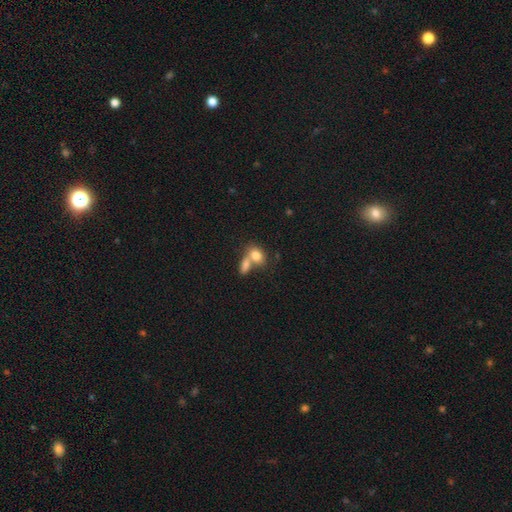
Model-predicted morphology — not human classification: The model was most divided on "merging": merger: 58%, none: 30%, minor disturbance: 8%, major disturbance: 4%. More confident: smooth or featured — smooth (80%); how rounded — in between (74%).